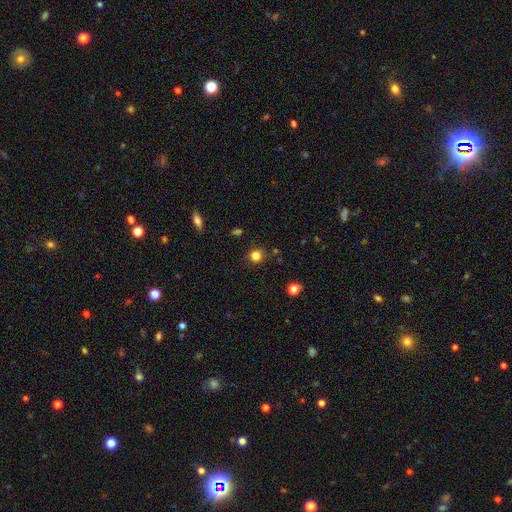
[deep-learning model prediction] This is clearly a smooth galaxy (82%). How rounded: clearly round (89%). Merging: clearly none (87%).